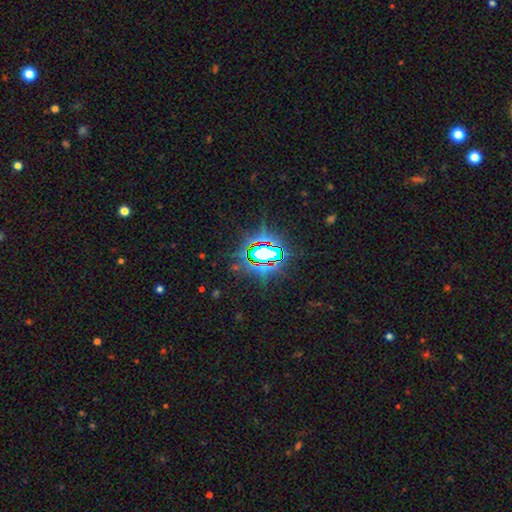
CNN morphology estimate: This appears to be a star or artifact, not a galaxy (80%).